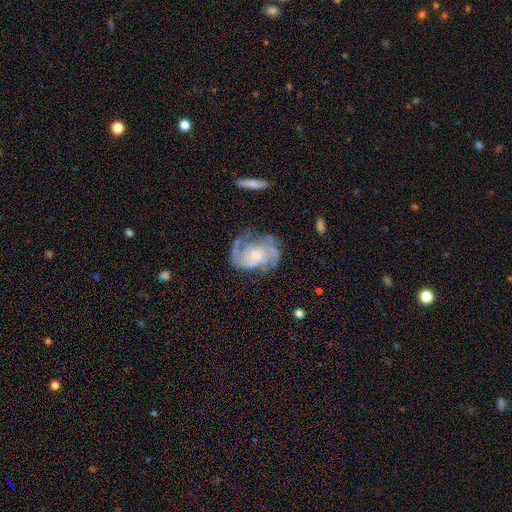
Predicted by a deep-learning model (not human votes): A featured or disk galaxy (86%) with no bar (67%), 2 (47%) medium (46%) spiral arms (95%) and a small central bulge (48%). Merging: none (62%).